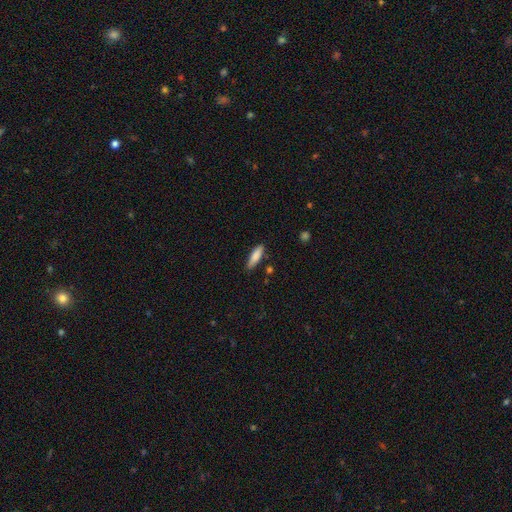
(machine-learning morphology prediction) smooth-or-featured: smooth: 84% | featured or disk: 10% | star or artifact: 6%
  how-rounded: cigar-shaped: 61% | in between: 37% | round: 2%
  merging: none: 81% | minor disturbance: 14% | major disturbance: 2% | merger: 2%